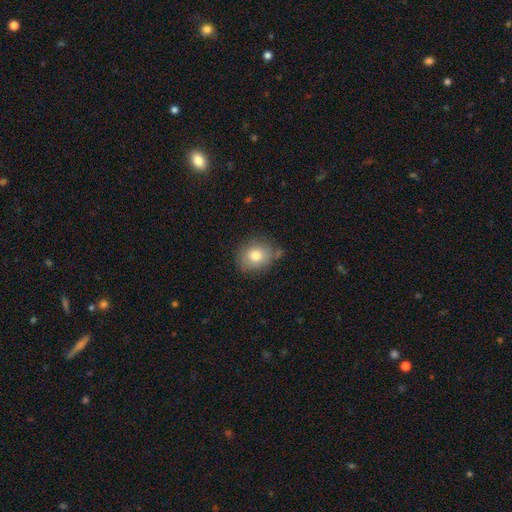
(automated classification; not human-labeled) This appears to be a smooth galaxy with no disk features (79%) that is round (63%). Merging: none (73%).